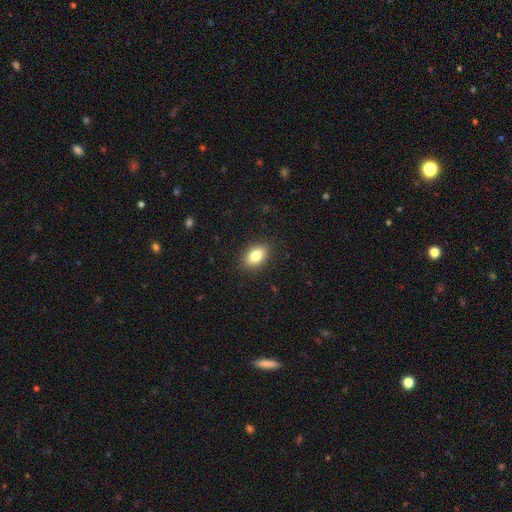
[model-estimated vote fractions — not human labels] Smooth or featured? smooth (82%)
How rounded? in between (85%)
Merging? none (88%)